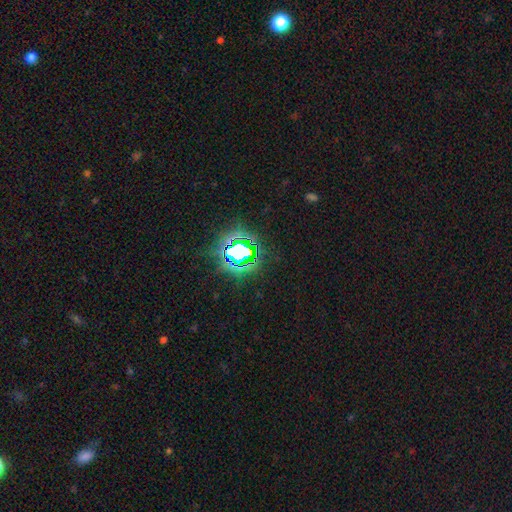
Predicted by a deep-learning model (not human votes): Smooth or featured?
  - star or artifact: 82% *
  - smooth: 12%
  - featured or disk: 6%